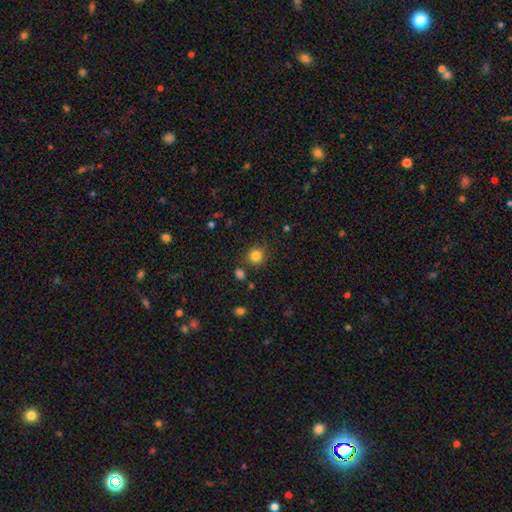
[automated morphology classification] Overall: smooth (83%). How rounded: round (91%). Merging: none (84%).